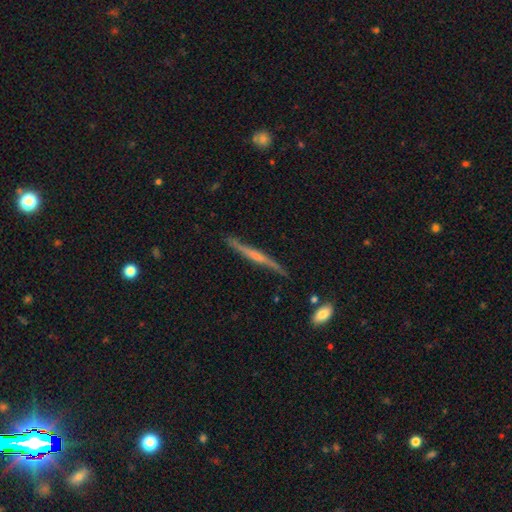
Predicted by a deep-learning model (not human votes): Smooth or featured?
  - featured or disk: 66% *
  - smooth: 28%
  - star or artifact: 6%
Edge-on disk?
  - yes: 94% *
  - no: 6%
Edge-on bulge?
  - none: 52% *
  - rounded: 29%
  - boxy: 19%
Merging?
  - none: 80% *
  - minor disturbance: 15%
  - major disturbance: 3%
  - merger: 2%